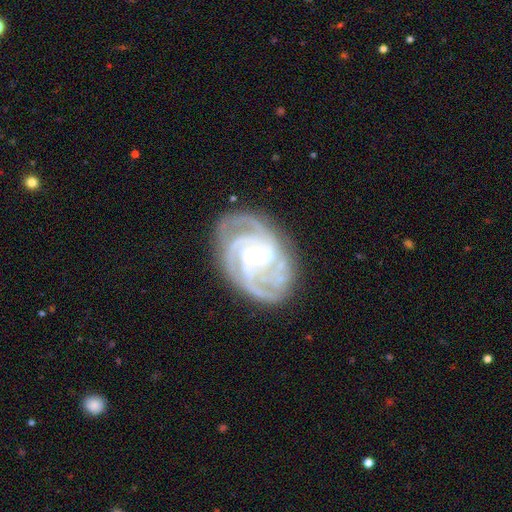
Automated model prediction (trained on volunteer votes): smooth-or-featured: featured or disk: 92% | star or artifact: 5% | smooth: 4%
  disk-edge-on: no: 97% | yes: 3%
    bar: no: 55% | weak: 33% | strong: 12%
    has-spiral-arms: yes: 98% | no: 2%
      spiral-winding: tight: 65% | medium: 31% | loose: 4%
      spiral-arm-count: 3: 39% | 4: 27% | can't tell: 12% | 2: 10% | more than 4: 7% | 1: 5%
    bulge-size: moderate: 52% | small: 45% | large: 2% | none: 1% | dominant: 1%
  merging: none: 77% | minor disturbance: 16% | major disturbance: 6% | merger: 1%